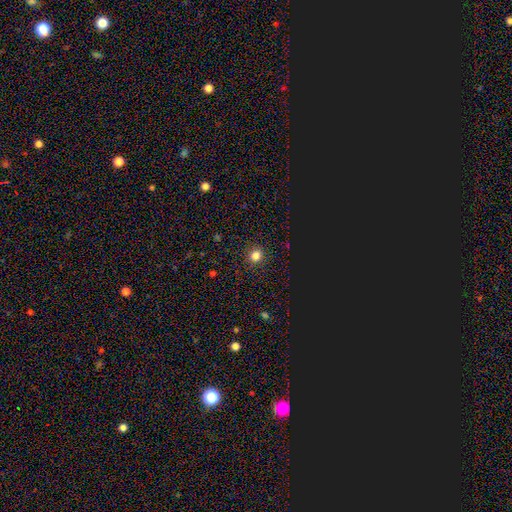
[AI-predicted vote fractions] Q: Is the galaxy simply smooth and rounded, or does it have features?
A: smooth — 79%.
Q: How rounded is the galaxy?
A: round — 87%.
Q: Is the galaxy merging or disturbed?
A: none — 91%.